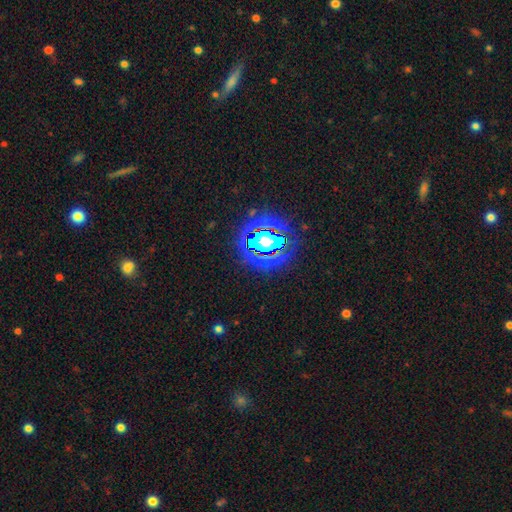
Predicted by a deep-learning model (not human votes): Smooth or featured?
  - star or artifact: 82% *
  - smooth: 11%
  - featured or disk: 7%